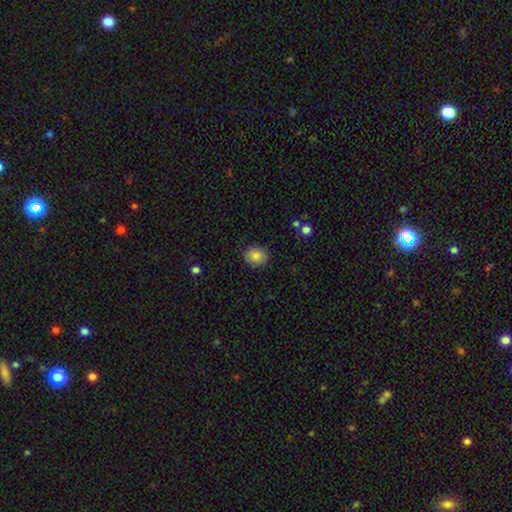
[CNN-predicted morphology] A smooth galaxy with no disk features (84%) that is round (70%). Merging: none (85%).